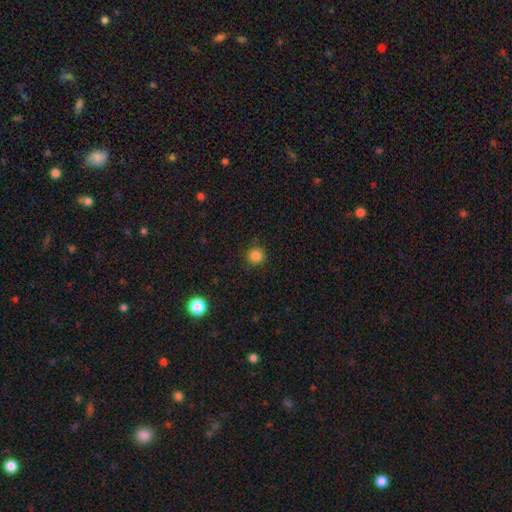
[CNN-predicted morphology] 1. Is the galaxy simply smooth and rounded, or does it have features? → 84% smooth, 12% star or artifact, 4% featured or disk.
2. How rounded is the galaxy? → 94% round, 5% in between, 1% cigar-shaped.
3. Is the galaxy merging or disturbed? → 88% none, 8% minor disturbance, 2% major disturbance, 1% merger.